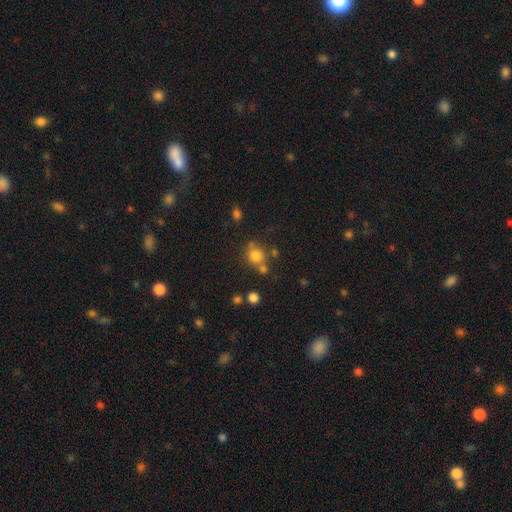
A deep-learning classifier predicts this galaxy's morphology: smooth-or-featured: smooth: 77% | star or artifact: 14% | featured or disk: 9%
  how-rounded: round: 83% | in between: 16% | cigar-shaped: 1%
  merging: none: 60% | merger: 22% | minor disturbance: 13% | major disturbance: 5%